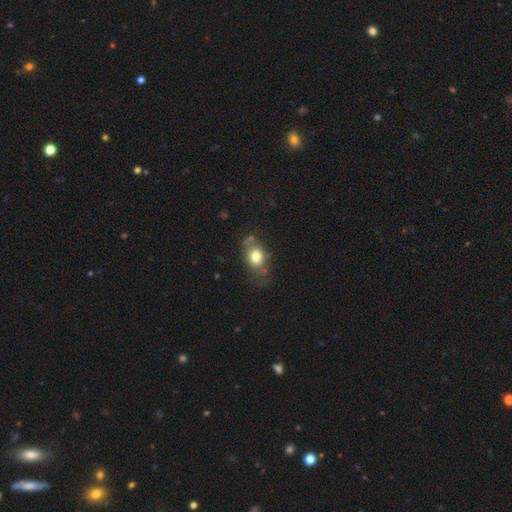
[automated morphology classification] Smooth or featured?
  - smooth: 76% *
  - featured or disk: 15%
  - star or artifact: 9%
How rounded?
  - in between: 69% *
  - round: 29%
  - cigar-shaped: 2%
Merging?
  - none: 57% *
  - minor disturbance: 26%
  - major disturbance: 10%
  - merger: 6%